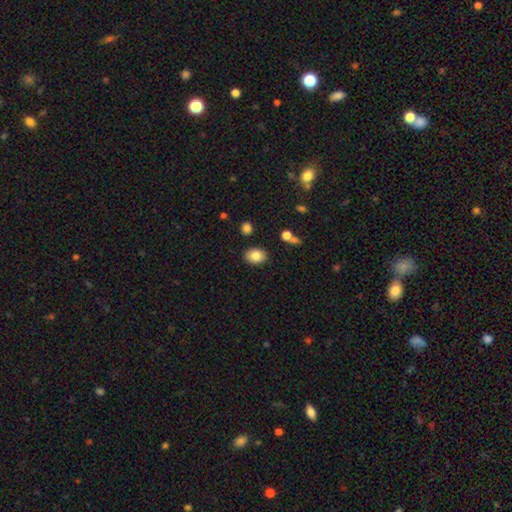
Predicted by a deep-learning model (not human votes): Q: Smooth or featured?
A: smooth (83%); runner-up: star or artifact (9%)
Q: How rounded?
A: in between (69%); runner-up: round (29%)
Q: Merging?
A: none (85%); runner-up: minor disturbance (9%)